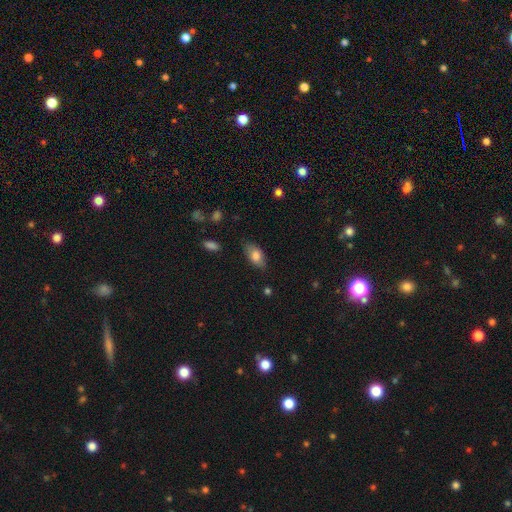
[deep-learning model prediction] smooth-or-featured: smooth: 78% | featured or disk: 14% | star or artifact: 7%
  how-rounded: in between: 90% | cigar-shaped: 5% | round: 5%
  merging: none: 77% | minor disturbance: 18% | major disturbance: 4% | merger: 1%